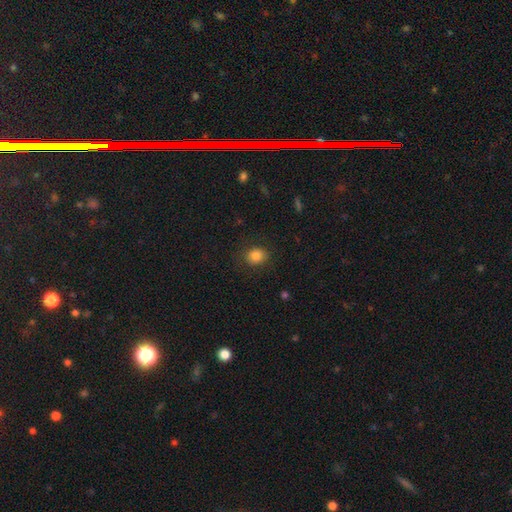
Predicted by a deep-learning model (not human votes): A smooth galaxy with no disk features (84%) that is round (61%). Merging: none (84%).